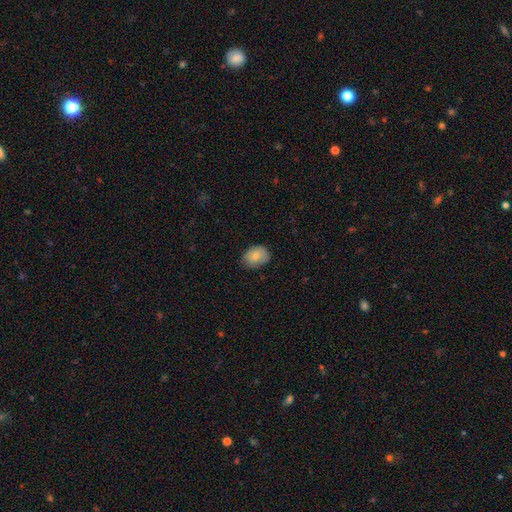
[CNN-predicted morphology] This is clearly a smooth galaxy (80%). How rounded: likely in between (65%). Merging: likely none (75%).